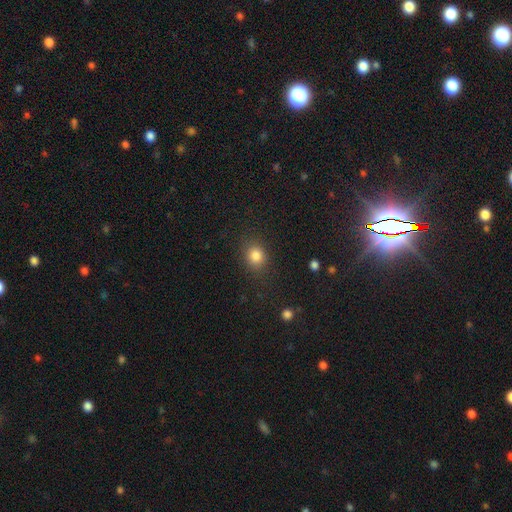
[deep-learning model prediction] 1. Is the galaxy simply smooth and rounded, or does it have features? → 84% smooth, 11% star or artifact, 5% featured or disk.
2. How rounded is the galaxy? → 65% round, 34% in between, 1% cigar-shaped.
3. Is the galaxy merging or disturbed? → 83% none, 11% minor disturbance, 4% major disturbance, 2% merger.